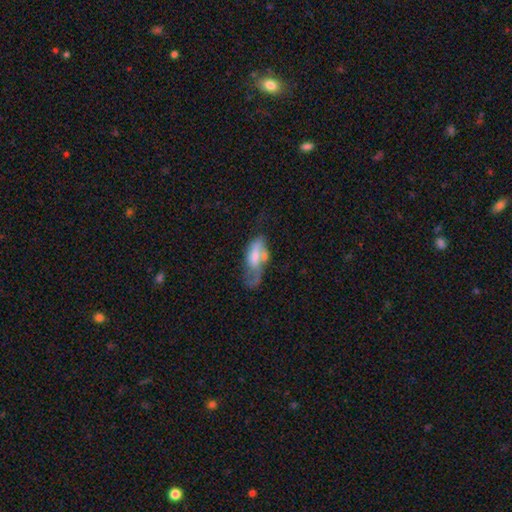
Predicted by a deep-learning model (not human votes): A smooth galaxy with no disk features (49%). Merging: major disturbance (41%).